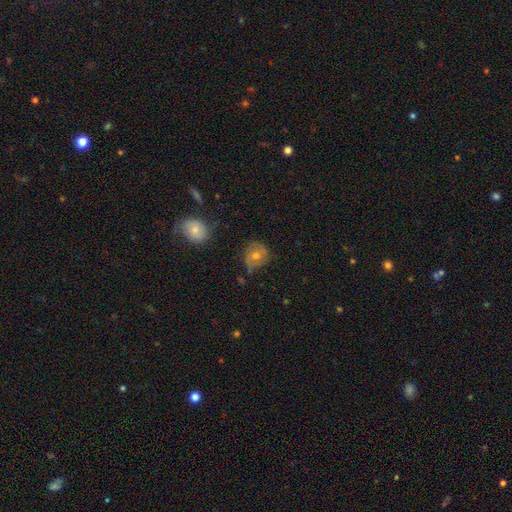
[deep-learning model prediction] Smooth or featured: featured or disk — 43% (smooth — 42%)
Merging: none — 62% (minor disturbance — 24%)